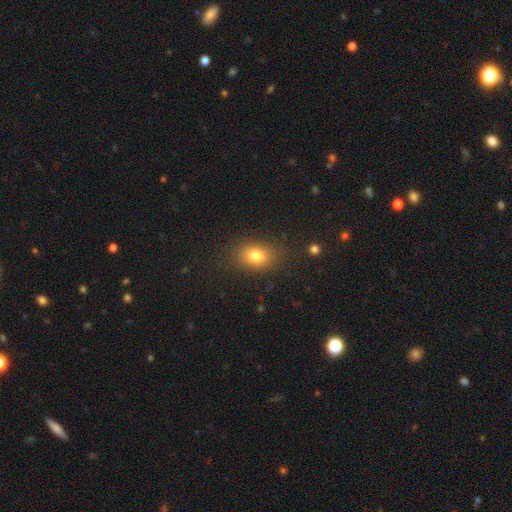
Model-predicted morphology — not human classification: smooth 79%, star or artifact 12%, featured or disk 9%. Down the decision tree: how rounded — in between (67%); merging — none (82%).